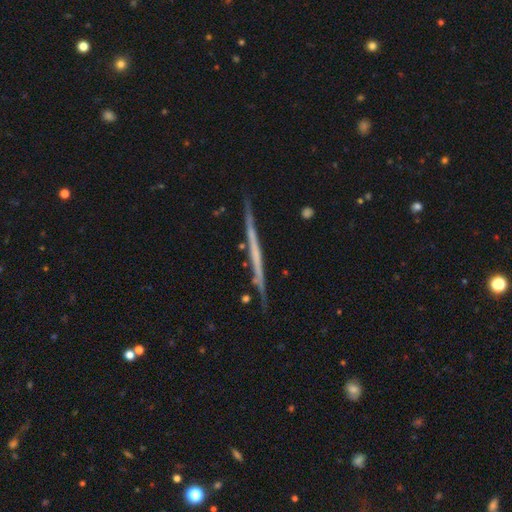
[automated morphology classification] This is likely a featured or disk galaxy (66%). It is clearly viewed edge-on (97%). Edge-on bulge: clearly none (90%). Merging: clearly none (84%).